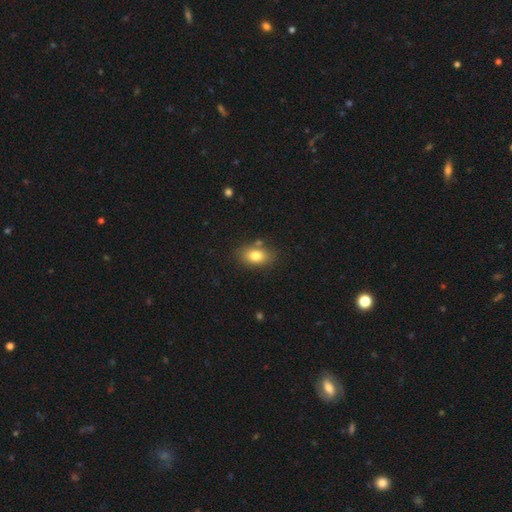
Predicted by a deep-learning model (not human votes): This appears to be a smooth galaxy with no disk features (81%) that is in between round and cigar-shaped (84%). Merging: none (77%).